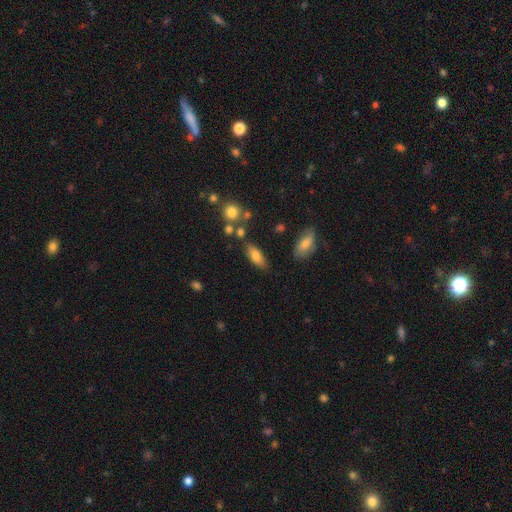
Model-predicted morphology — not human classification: Smooth or featured? smooth (78%)
How rounded? in between (80%)
Merging? none (74%)